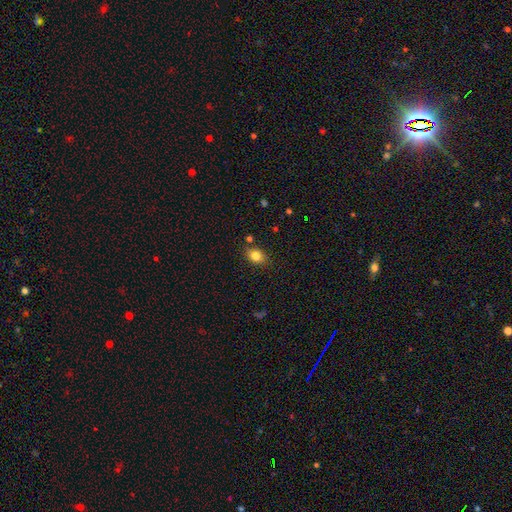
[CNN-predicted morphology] Smooth or featured? smooth (82%)
How rounded? in between (67%)
Merging? none (80%)